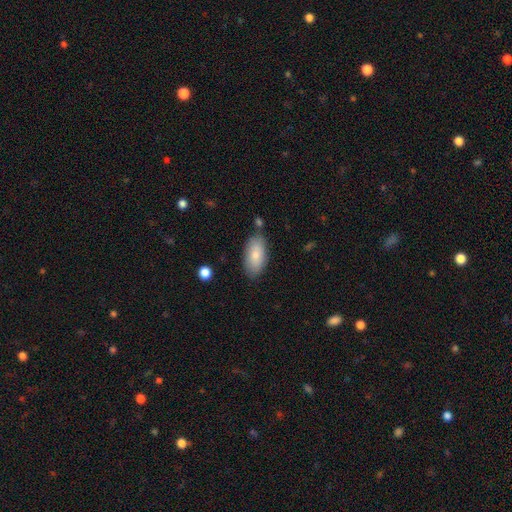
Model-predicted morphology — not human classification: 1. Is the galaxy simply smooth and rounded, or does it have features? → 80% smooth, 14% featured or disk, 6% star or artifact.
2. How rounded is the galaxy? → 93% in between, 4% cigar-shaped, 3% round.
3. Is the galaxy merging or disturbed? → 78% none, 15% minor disturbance, 4% merger, 3% major disturbance.